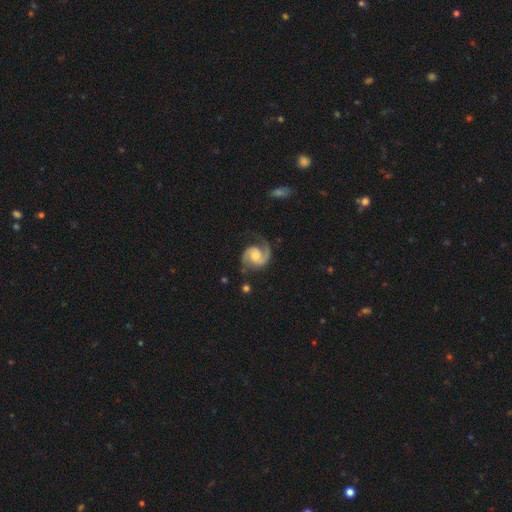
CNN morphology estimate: smooth-or-featured: featured or disk: 91% | smooth: 5% | star or artifact: 4%
  disk-edge-on: no: 98% | yes: 2%
    bar: no: 59% | weak: 33% | strong: 8%
    has-spiral-arms: yes: 98% | no: 2%
      spiral-winding: medium: 57% | tight: 24% | loose: 19%
      spiral-arm-count: 2: 91% | 1: 4% | can't tell: 2% | 3: 1% | 4: 1% | more than 4: 1%
    bulge-size: moderate: 47% | small: 34% | none: 10% | large: 8% | dominant: 1%
  merging: none: 76% | minor disturbance: 15% | major disturbance: 7% | merger: 2%